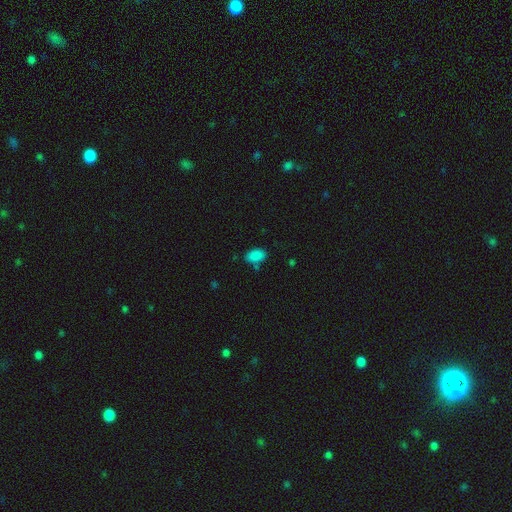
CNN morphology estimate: This appears to be a smooth galaxy with no disk features (87%) that is in between round and cigar-shaped (91%). Merging: none (77%).